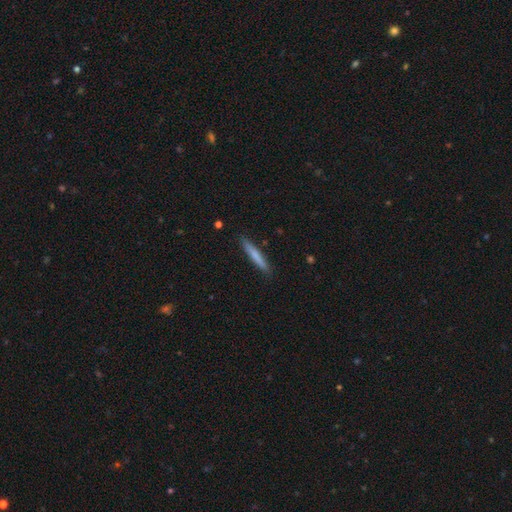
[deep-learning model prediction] Q: Smooth or featured?
A: smooth (71%); runner-up: featured or disk (23%)
Q: How rounded?
A: cigar-shaped (95%); runner-up: in between (4%)
Q: Merging?
A: none (90%); runner-up: minor disturbance (8%)